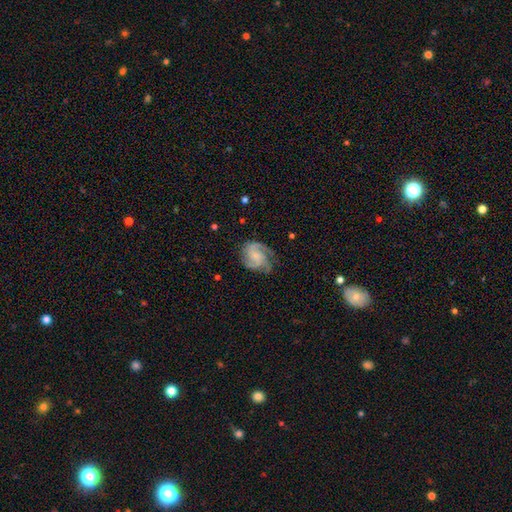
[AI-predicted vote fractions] A featured or disk galaxy (82%) with no bar (63%), 3 (51%) medium (48%) spiral arms (97%) and a small central bulge (51%).

Vote fractions:
- Smooth or featured? featured or disk: 82% / smooth: 12% / star or artifact: 6%
- Edge-on disk? no: 98% / yes: 2%
- Bar? no: 63% / weak: 32% / strong: 5%
- Spiral arms? yes: 97% / no: 3%
- Spiral winding? medium: 48% / tight: 37% / loose: 14%
- Spiral arm count? 3: 51% / 2: 19% / can't tell: 12% / 4: 9% / 1: 5% / more than 4: 5%
- Bulge size? small: 51% / moderate: 24% / none: 21% / large: 3% / dominant: 1%
- Merging? none: 67% / minor disturbance: 20% / major disturbance: 11% / merger: 1%